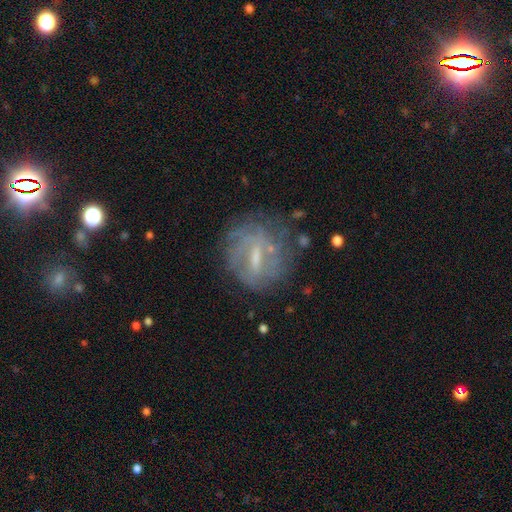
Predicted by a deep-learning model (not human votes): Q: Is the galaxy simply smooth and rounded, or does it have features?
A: featured or disk — 66%.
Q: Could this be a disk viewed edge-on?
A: no — 94%.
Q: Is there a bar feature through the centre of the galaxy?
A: weak — 50%.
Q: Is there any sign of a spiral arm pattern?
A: yes — 61%.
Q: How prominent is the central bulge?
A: small — 39%.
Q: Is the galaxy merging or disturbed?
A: none — 65%.